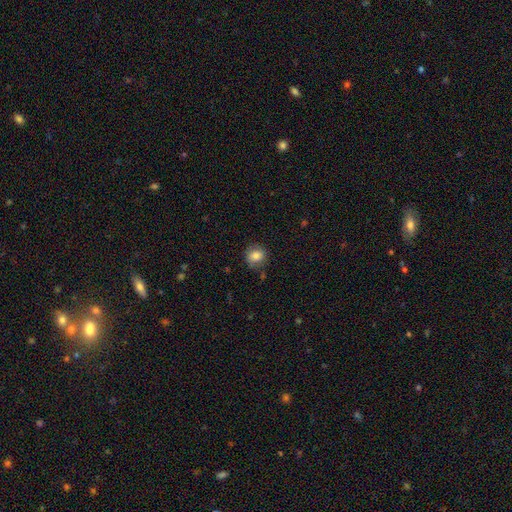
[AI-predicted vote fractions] Smooth or featured? Predicted: smooth (p=0.82). How rounded? Predicted: round (p=0.82). Merging? Predicted: none (p=0.82).